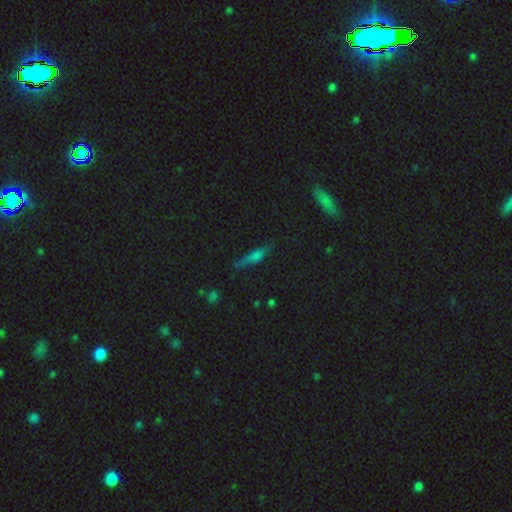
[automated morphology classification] Smooth or featured? Predicted: featured or disk (p=0.47). Merging? Predicted: none (p=0.84).